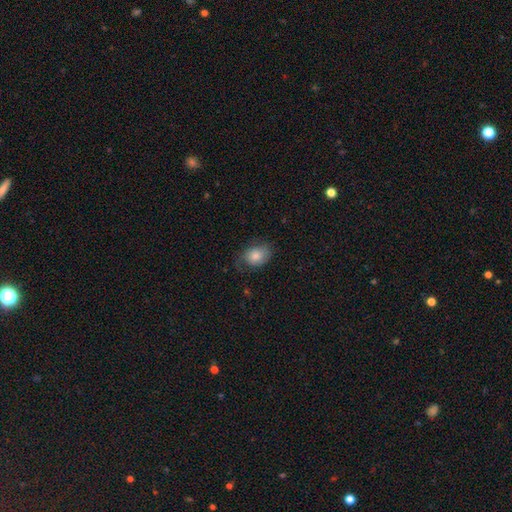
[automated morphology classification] Smooth or featured?
  - smooth: 73% *
  - featured or disk: 19%
  - star or artifact: 8%
How rounded?
  - in between: 68% *
  - round: 31%
  - cigar-shaped: 1%
Merging?
  - none: 57% *
  - minor disturbance: 29%
  - major disturbance: 13%
  - merger: 1%